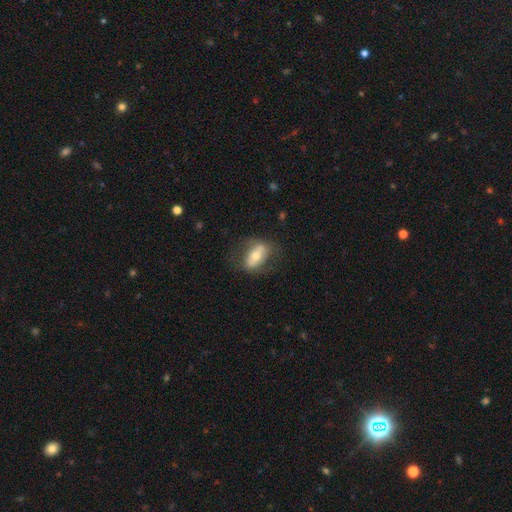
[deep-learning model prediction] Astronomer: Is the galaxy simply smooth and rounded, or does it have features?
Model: smooth — 50% (runner-up: featured or disk, 43%).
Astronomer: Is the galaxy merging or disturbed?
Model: none — 64%.